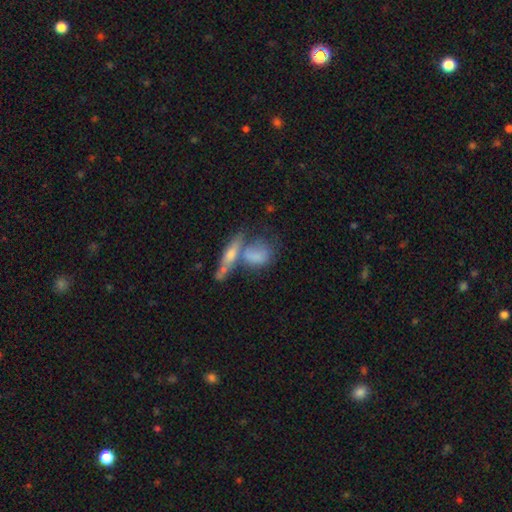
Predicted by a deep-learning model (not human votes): This is likely a smooth galaxy (67%). How rounded: likely in between (60%). Merging: possibly merger (49%).